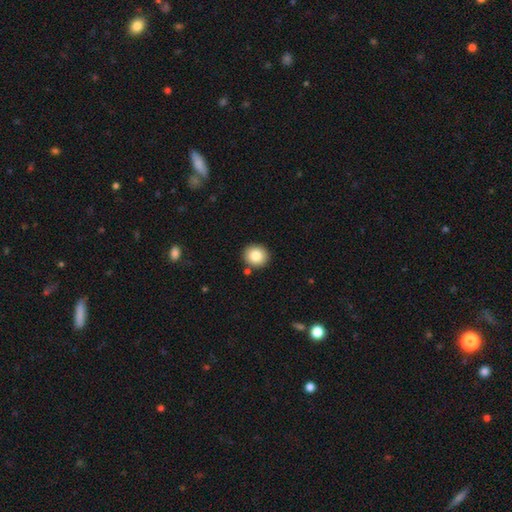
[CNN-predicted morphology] type=smooth (83%); roundness=round (89%); merging=none (87%).